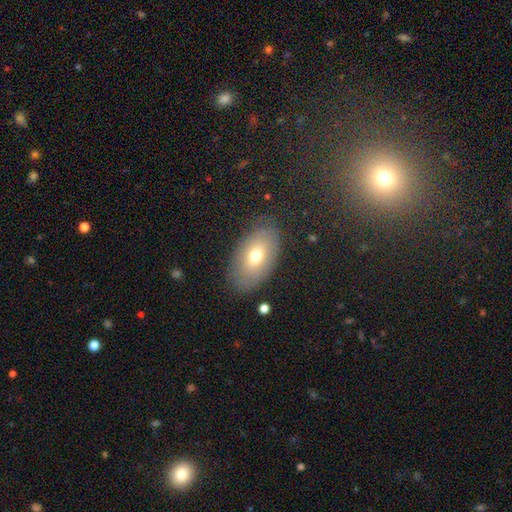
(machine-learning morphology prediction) Smooth or featured: smooth — 68% (featured or disk — 24%)
How rounded: in between — 91% (round — 8%)
Merging: none — 80% (minor disturbance — 13%)